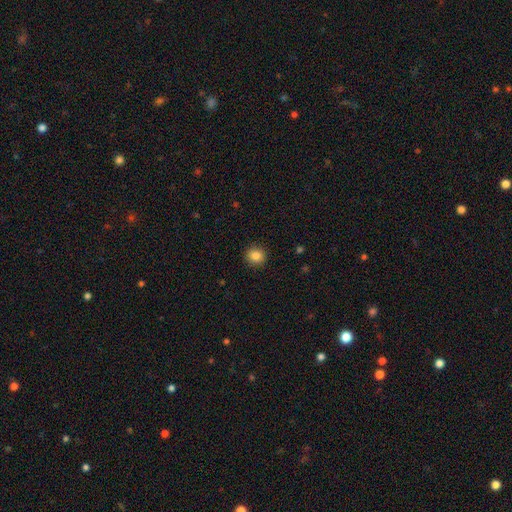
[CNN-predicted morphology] This is clearly a smooth galaxy (84%). How rounded: clearly round (90%). Merging: clearly none (91%).